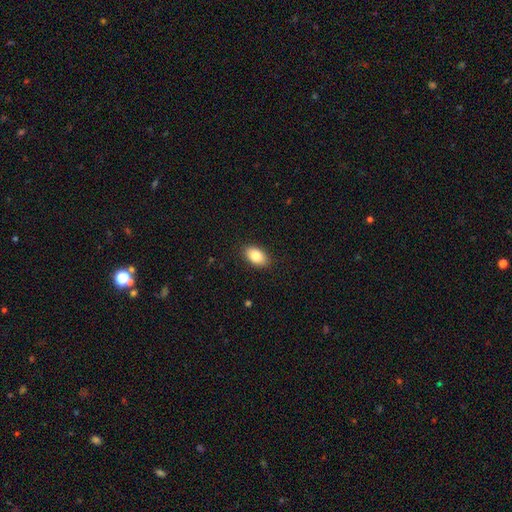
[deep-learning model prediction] Smooth or featured: smooth — 86% (star or artifact — 7%)
How rounded: in between — 92% (round — 6%)
Merging: none — 88% (minor disturbance — 9%)